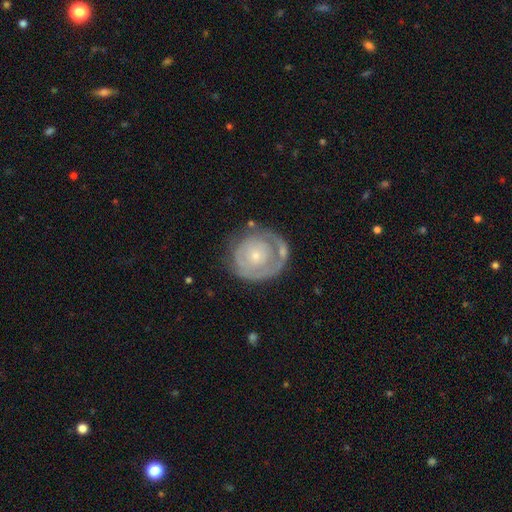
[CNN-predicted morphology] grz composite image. It shows a featured or disk galaxy (63%) with no bar (88%), no spiral arms (53%) and a small central bulge (71%). Merging: none (57%).